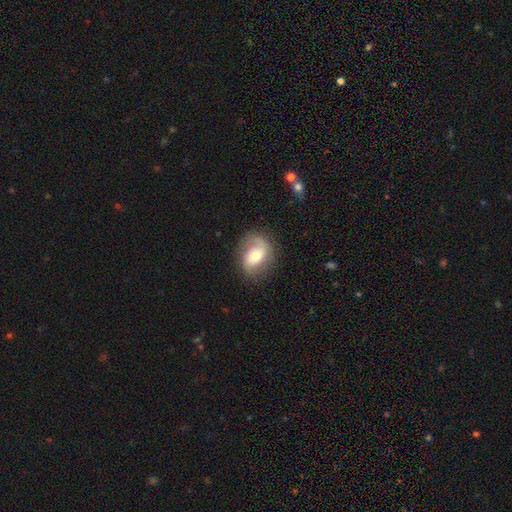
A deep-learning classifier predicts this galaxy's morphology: The model was most divided on "bar": no: 48%, weak: 36%, strong: 16%. More confident: edge-on disk — no (96%); spiral arms — yes (82%); merging — none (72%); bulge size — moderate (68%); smooth or featured — featured or disk (59%).